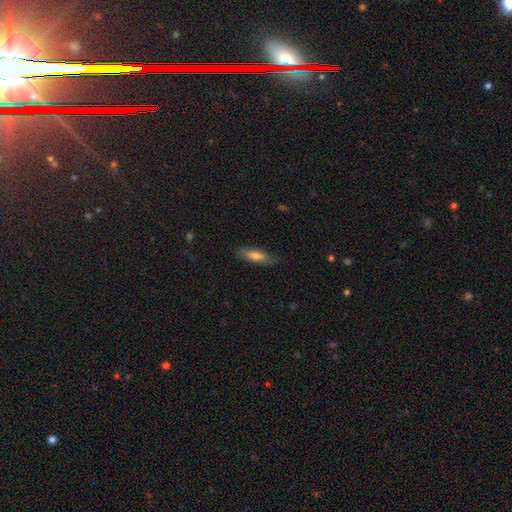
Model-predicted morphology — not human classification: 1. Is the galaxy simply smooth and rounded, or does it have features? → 66% smooth, 28% featured or disk, 6% star or artifact.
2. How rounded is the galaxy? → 58% in between, 40% cigar-shaped, 2% round.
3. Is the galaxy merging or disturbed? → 76% none, 19% minor disturbance, 4% major disturbance, 1% merger.